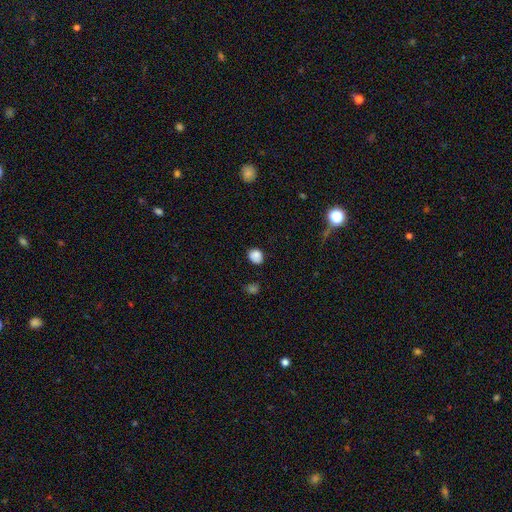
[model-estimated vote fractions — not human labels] smooth 85%, star or artifact 11%, featured or disk 4%. Down the decision tree: how rounded — round (63%); merging — none (79%).